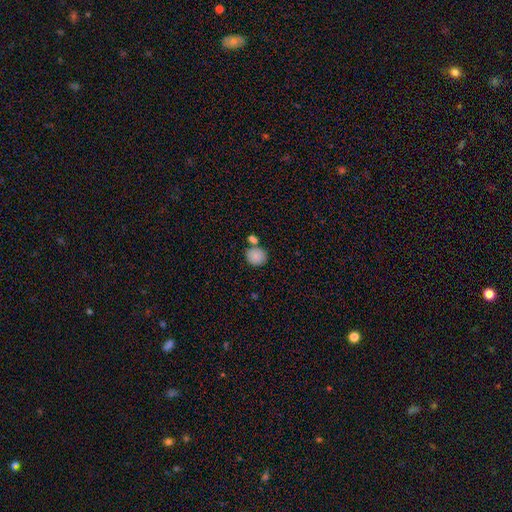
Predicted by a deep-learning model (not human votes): Smooth or featured?
  - smooth: 85% *
  - star or artifact: 9%
  - featured or disk: 6%
How rounded?
  - round: 83% *
  - in between: 16%
  - cigar-shaped: 1%
Merging?
  - none: 67% *
  - merger: 19%
  - minor disturbance: 11%
  - major disturbance: 3%